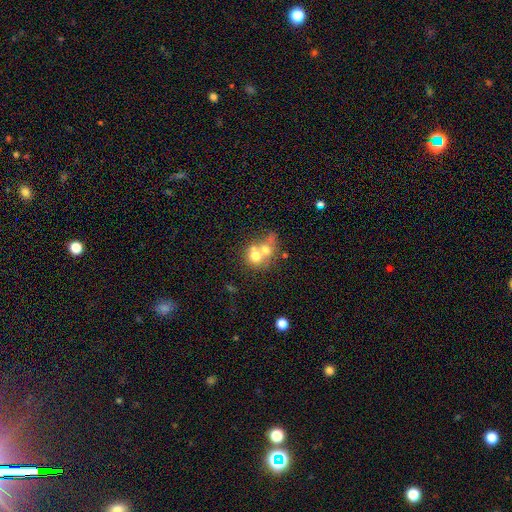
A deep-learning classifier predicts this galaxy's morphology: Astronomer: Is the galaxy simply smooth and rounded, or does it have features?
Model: smooth — 61%.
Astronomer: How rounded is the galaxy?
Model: round — 72%.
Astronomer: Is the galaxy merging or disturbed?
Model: merger — 64%.